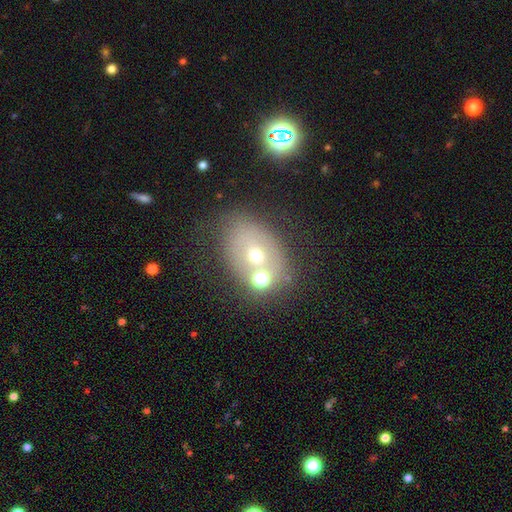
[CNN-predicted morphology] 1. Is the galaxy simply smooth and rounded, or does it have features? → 47% smooth, 36% featured or disk, 17% star or artifact.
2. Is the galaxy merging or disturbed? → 47% none, 28% merger, 16% minor disturbance, 9% major disturbance.